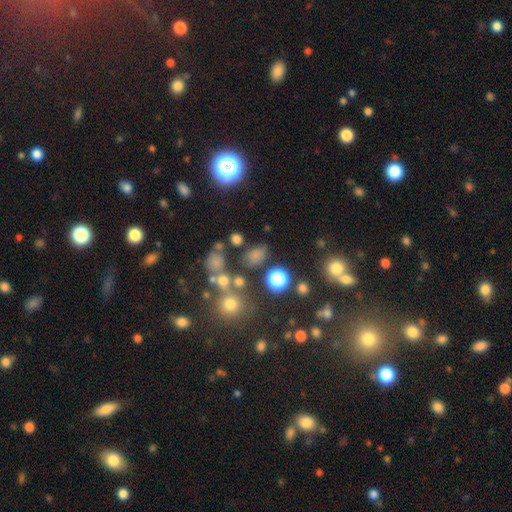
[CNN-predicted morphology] A smooth galaxy with no disk features (66%) that is in between round and cigar-shaped (62%).

Vote fractions:
- Smooth or featured? smooth: 66% / star or artifact: 24% / featured or disk: 10%
- How rounded? in between: 62% / round: 35% / cigar-shaped: 2%
- Merging? none: 63% / minor disturbance: 16% / merger: 13% / major disturbance: 8%